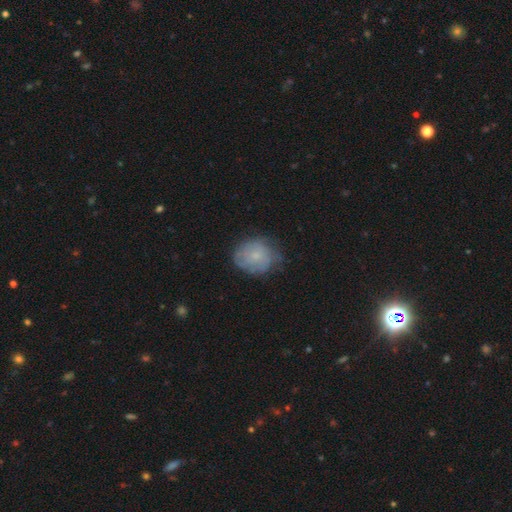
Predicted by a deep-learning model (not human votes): smooth-or-featured: smooth: 50% | featured or disk: 41% | star or artifact: 9%
  how-rounded: round: 59% | in between: 40% | cigar-shaped: 1%
  merging: none: 60% | minor disturbance: 28% | major disturbance: 10% | merger: 1%